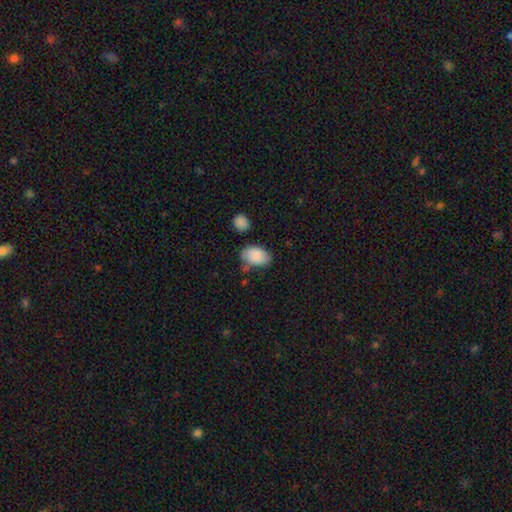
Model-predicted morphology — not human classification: A smooth galaxy with no disk features (85%) that is in between round and cigar-shaped (88%). Merging: none (55%).